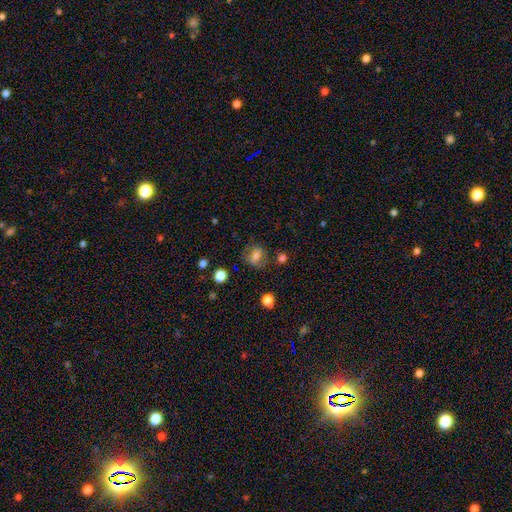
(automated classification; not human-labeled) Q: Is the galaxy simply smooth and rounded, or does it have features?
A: smooth — 72%.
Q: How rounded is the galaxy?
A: in between — 51%.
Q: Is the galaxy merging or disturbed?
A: none — 69%.